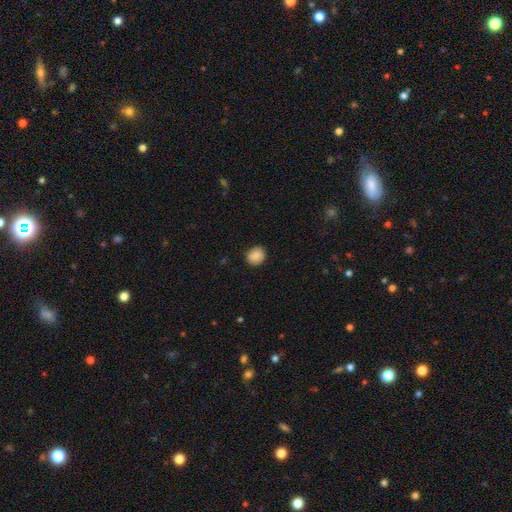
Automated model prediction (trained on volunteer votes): A smooth galaxy with no disk features (87%) that is round (72%). Merging: none (87%).